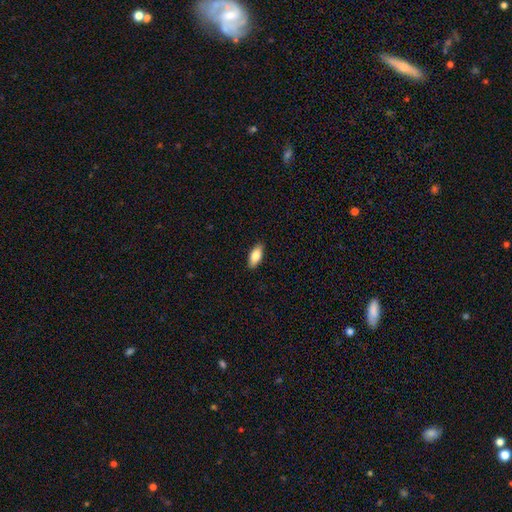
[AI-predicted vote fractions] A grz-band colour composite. It shows a smooth galaxy with no disk features (81%) that is in between round and cigar-shaped (85%). Merging: none (89%).